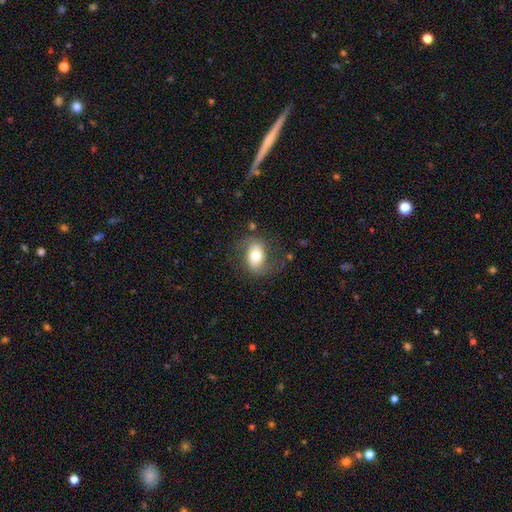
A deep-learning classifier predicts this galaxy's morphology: smooth 57%, featured or disk 35%, star or artifact 8%. Down the decision tree: how rounded — in between (73%); merging — none (64%).